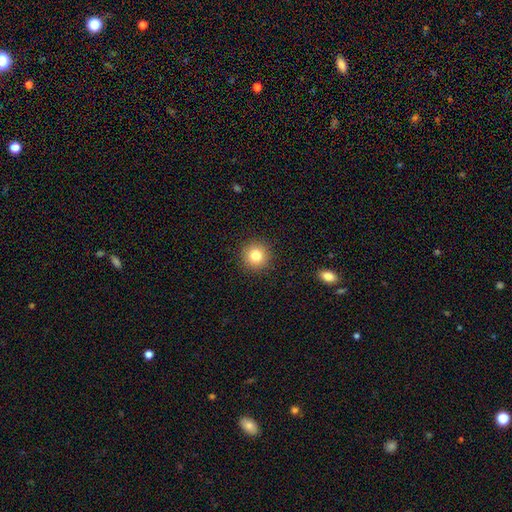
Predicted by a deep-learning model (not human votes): A smooth galaxy with no disk features (81%) that is round (95%). Merging: none (91%).